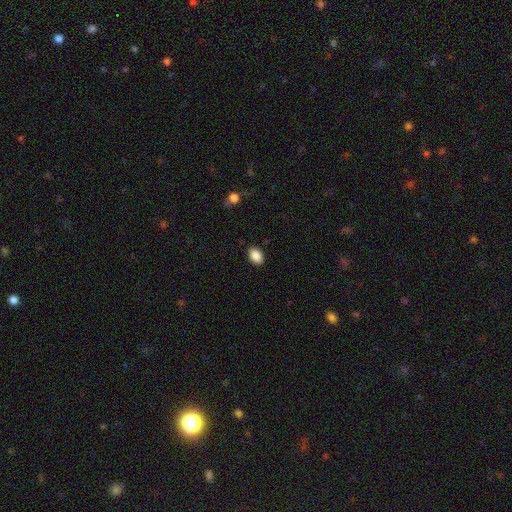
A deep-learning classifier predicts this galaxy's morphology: Overall: smooth (88%). How rounded: in between (82%). Merging: none (89%).